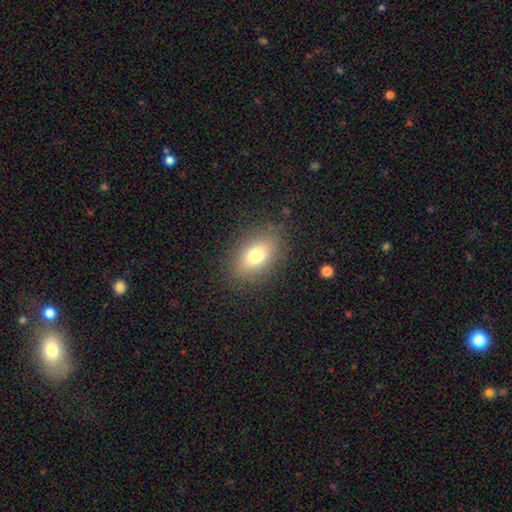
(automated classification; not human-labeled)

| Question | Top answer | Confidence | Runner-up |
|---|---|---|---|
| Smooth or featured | smooth | 75% | featured or disk (14%) |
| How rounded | in between | 80% | round (18%) |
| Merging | none | 85% | minor disturbance (10%) |